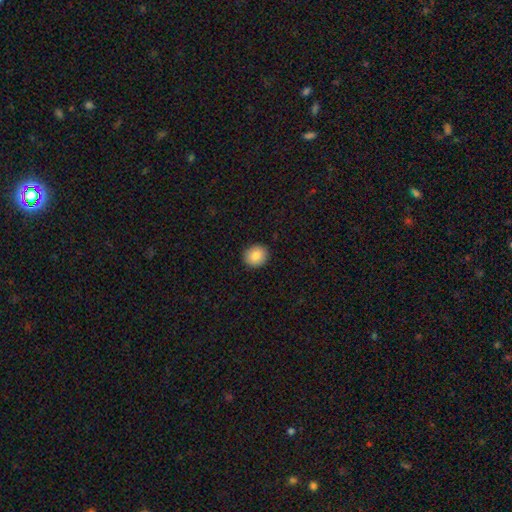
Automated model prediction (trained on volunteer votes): Morphology: type=smooth (85%); roundness=round (78%); merging=none (91%).